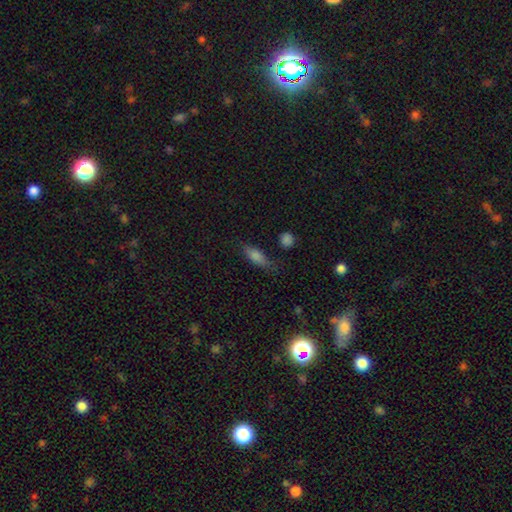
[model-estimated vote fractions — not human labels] Q: Smooth or featured?
A: smooth (67%); runner-up: featured or disk (18%)
Q: How rounded?
A: in between (57%); runner-up: cigar-shaped (38%)
Q: Merging?
A: none (71%); runner-up: minor disturbance (20%)